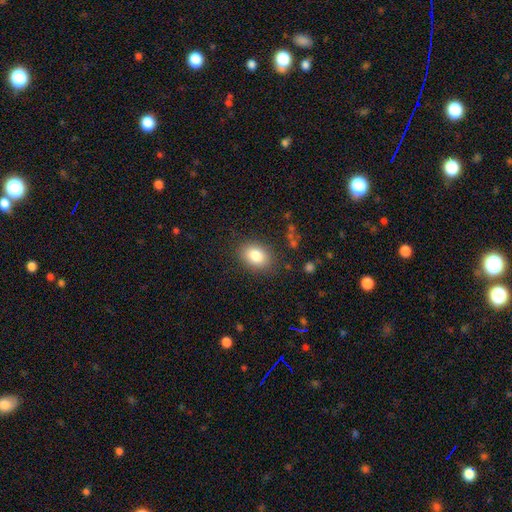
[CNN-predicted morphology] This appears to be a smooth galaxy with no disk features (83%) that is in between round and cigar-shaped (73%). Merging: none (85%).